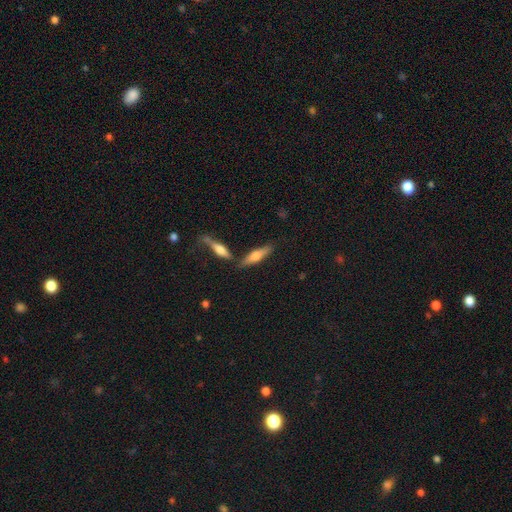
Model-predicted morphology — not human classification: Q: Smooth or featured?
A: smooth (51%); runner-up: featured or disk (43%)
Q: How rounded?
A: cigar-shaped (67%); runner-up: in between (30%)
Q: Merging?
A: none (70%); runner-up: merger (15%)